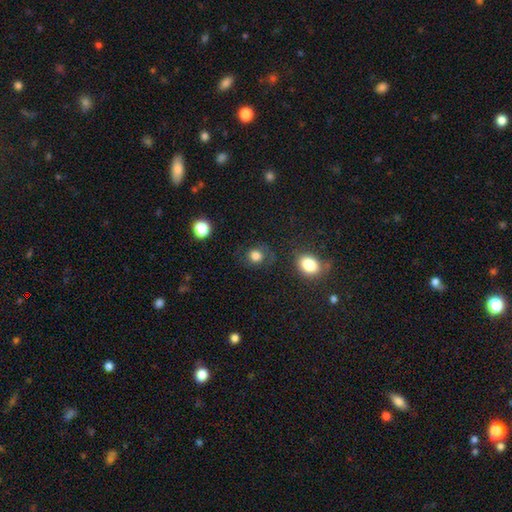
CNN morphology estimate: Smooth or featured?
  - smooth: 77% *
  - star or artifact: 12%
  - featured or disk: 11%
How rounded?
  - round: 78% *
  - in between: 21%
  - cigar-shaped: 1%
Merging?
  - none: 74% *
  - minor disturbance: 15%
  - major disturbance: 8%
  - merger: 3%